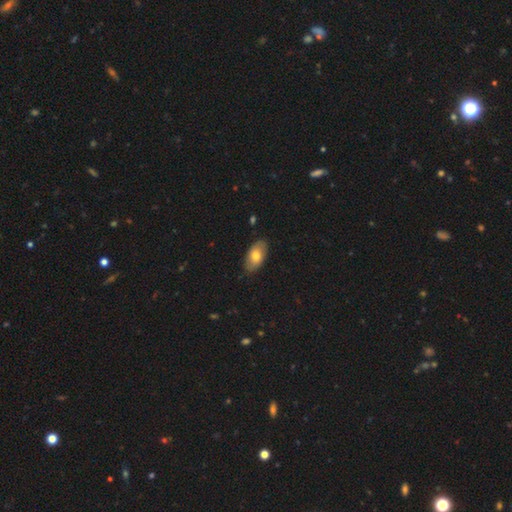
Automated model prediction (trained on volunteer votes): smooth 72%, featured or disk 22%, star or artifact 6%. Down the decision tree: how rounded — in between (93%); merging — none (84%).